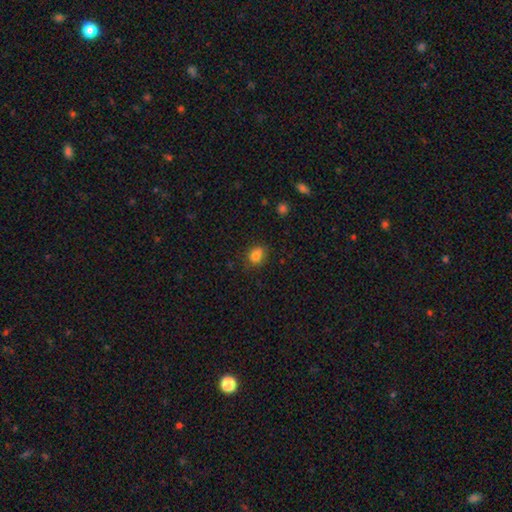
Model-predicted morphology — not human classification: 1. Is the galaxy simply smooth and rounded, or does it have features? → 81% smooth, 12% star or artifact, 7% featured or disk.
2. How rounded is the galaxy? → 56% round, 43% in between, 1% cigar-shaped.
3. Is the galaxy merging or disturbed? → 72% none, 19% minor disturbance, 5% merger, 4% major disturbance.